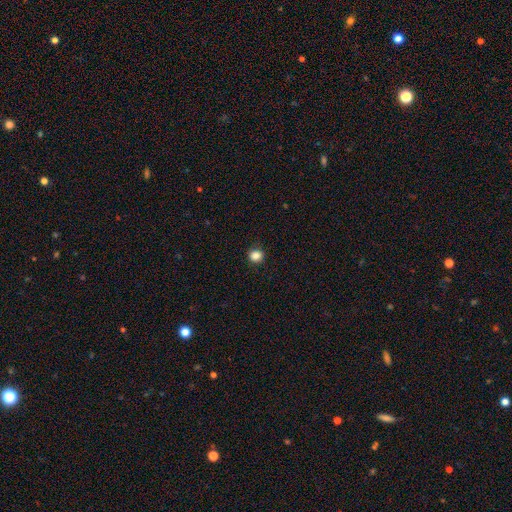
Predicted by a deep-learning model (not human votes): smooth_or_featured: smooth (p=0.85) [alt: star or artifact p=0.12]
how_rounded: round (p=0.89) [alt: in between p=0.10]
merging: none (p=0.91) [alt: minor disturbance p=0.07]